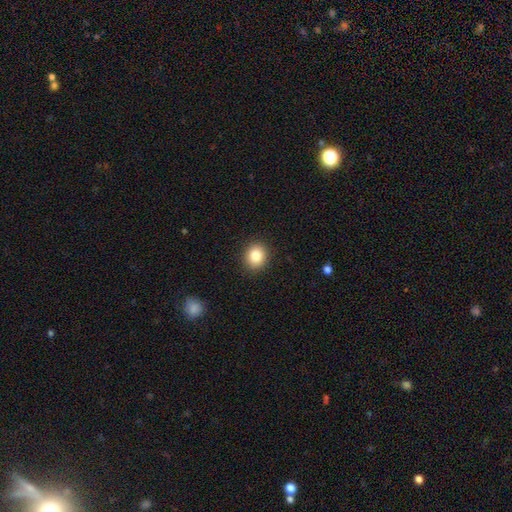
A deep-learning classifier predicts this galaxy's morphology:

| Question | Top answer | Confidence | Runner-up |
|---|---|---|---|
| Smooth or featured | smooth | 84% | star or artifact (10%) |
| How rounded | round | 71% | in between (28%) |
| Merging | none | 91% | minor disturbance (6%) |